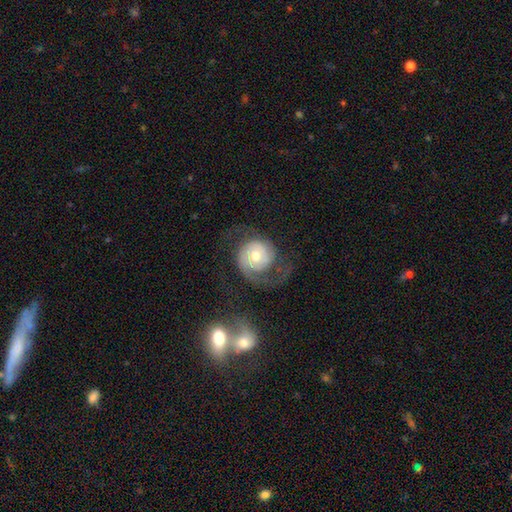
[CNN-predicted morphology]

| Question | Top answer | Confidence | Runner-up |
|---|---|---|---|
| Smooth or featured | featured or disk | 77% | smooth (17%) |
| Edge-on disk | no | 98% | yes (2%) |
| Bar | no | 73% | weak (22%) |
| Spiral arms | yes | 94% | no (6%) |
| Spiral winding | medium | 42% | loose (30%) |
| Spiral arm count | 2 | 80% | 1 (9%) |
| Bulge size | moderate | 63% | small (27%) |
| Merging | none | 59% | major disturbance (22%) |